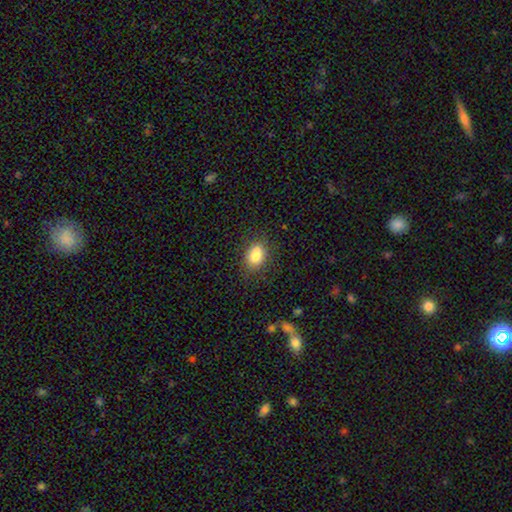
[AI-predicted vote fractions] Smooth or featured? Predicted: smooth (p=0.82). How rounded? Predicted: in between (p=0.73). Merging? Predicted: none (p=0.80).